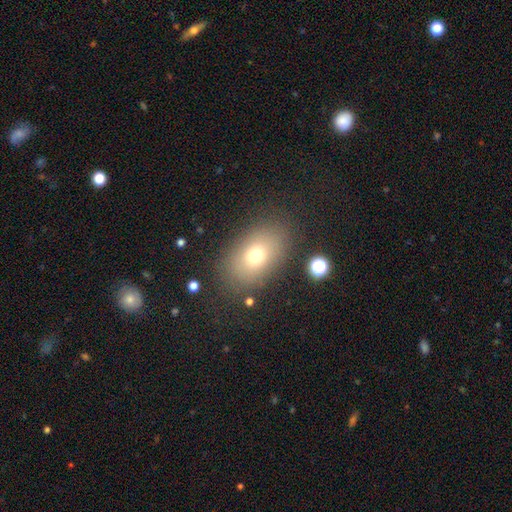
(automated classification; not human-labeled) Q: Smooth or featured?
A: smooth (71%); runner-up: featured or disk (16%)
Q: How rounded?
A: in between (81%); runner-up: round (17%)
Q: Merging?
A: none (81%); runner-up: minor disturbance (11%)